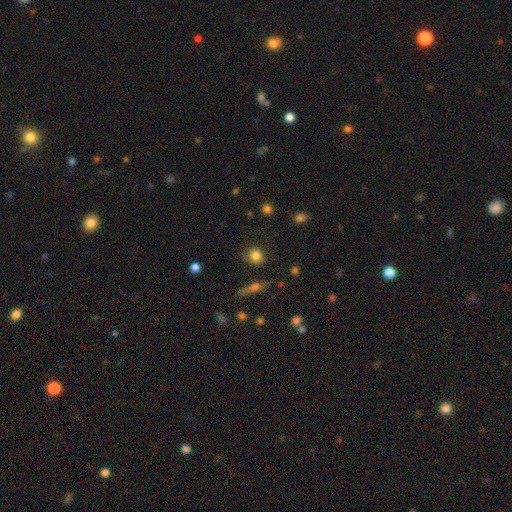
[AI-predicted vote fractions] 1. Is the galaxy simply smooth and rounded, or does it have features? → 81% smooth, 11% star or artifact, 8% featured or disk.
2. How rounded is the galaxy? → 77% round, 21% in between, 2% cigar-shaped.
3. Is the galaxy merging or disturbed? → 75% none, 17% minor disturbance, 5% major disturbance, 3% merger.